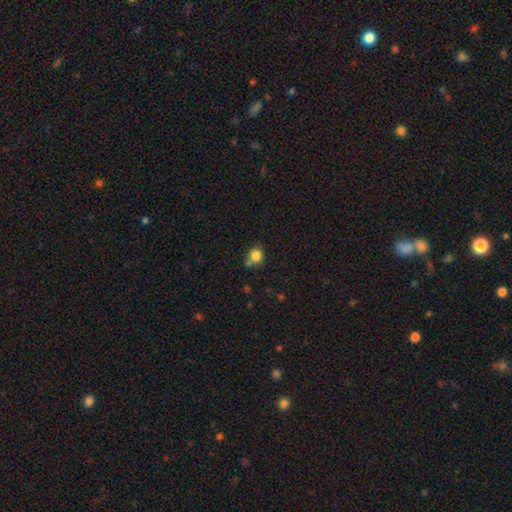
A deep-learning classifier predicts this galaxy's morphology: smooth-or-featured: smooth: 83% | star or artifact: 11% | featured or disk: 6%
  how-rounded: round: 80% | in between: 19% | cigar-shaped: 1%
  merging: none: 61% | merger: 17% | minor disturbance: 16% | major disturbance: 5%